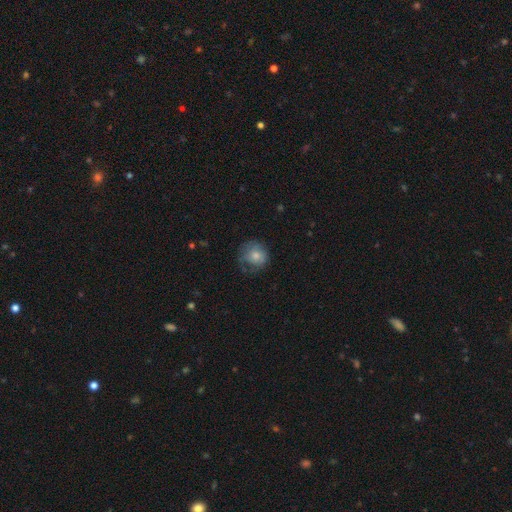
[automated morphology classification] Smooth or featured? smooth (71%)
How rounded? round (83%)
Merging? none (56%)